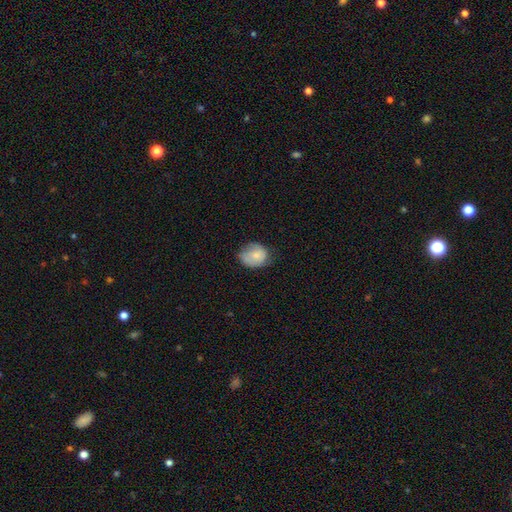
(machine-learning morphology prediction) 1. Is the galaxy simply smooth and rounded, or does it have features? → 72% smooth, 21% featured or disk, 7% star or artifact.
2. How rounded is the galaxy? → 60% round, 39% in between, 1% cigar-shaped.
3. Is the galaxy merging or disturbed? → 61% none, 30% minor disturbance, 8% major disturbance, 1% merger.